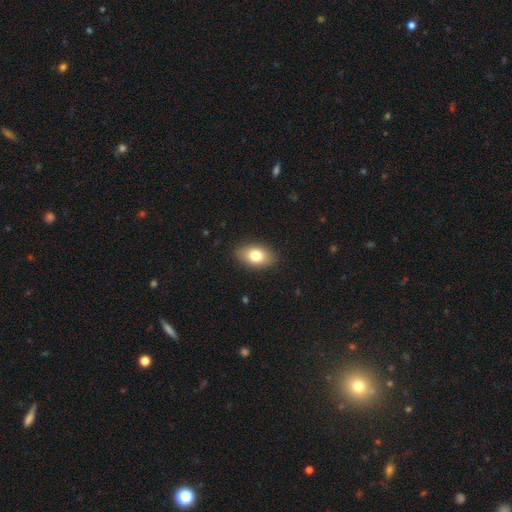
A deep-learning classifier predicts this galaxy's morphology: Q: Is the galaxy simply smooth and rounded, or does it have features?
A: smooth — 79%.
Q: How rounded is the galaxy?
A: in between — 89%.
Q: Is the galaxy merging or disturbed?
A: none — 88%.